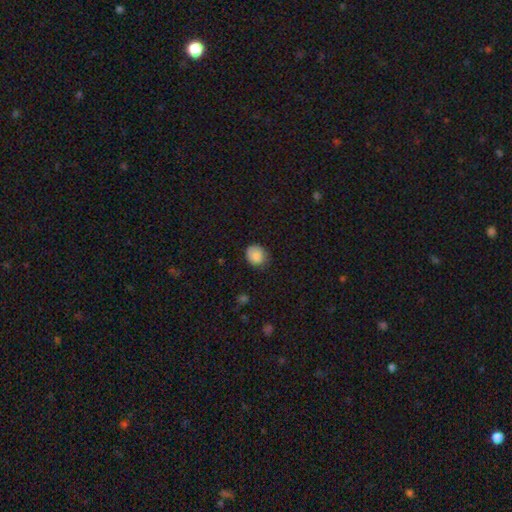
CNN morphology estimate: Smooth or featured? Predicted: smooth (p=0.86). How rounded? Predicted: round (p=0.70). Merging? Predicted: none (p=0.71).